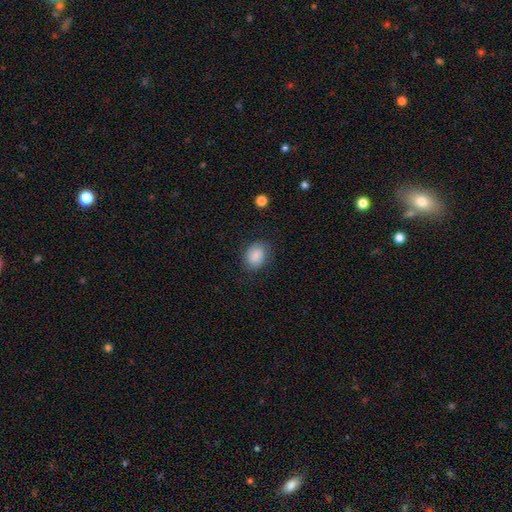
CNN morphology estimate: Overall: smooth (84%). How rounded: in between (64%; round 35%). Merging: none (79%).